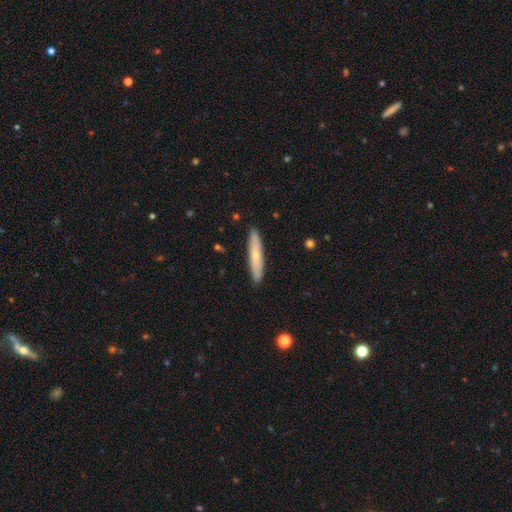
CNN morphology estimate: Smooth or featured: smooth — 60% (featured or disk — 34%)
How rounded: cigar-shaped — 91% (in between — 8%)
Merging: none — 89% (minor disturbance — 8%)